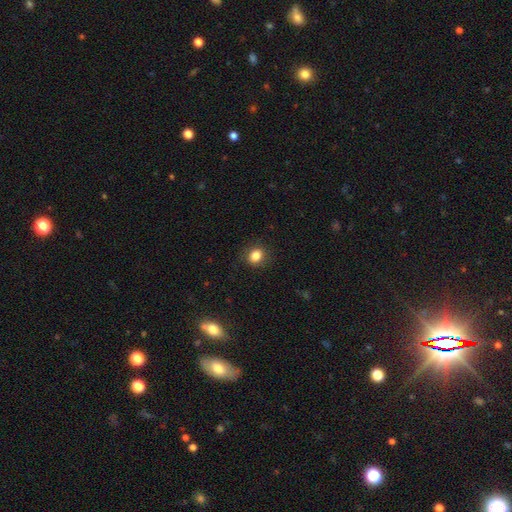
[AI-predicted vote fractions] smooth 85%, star or artifact 11%, featured or disk 5%. Down the decision tree: how rounded — round (65%); merging — none (87%).